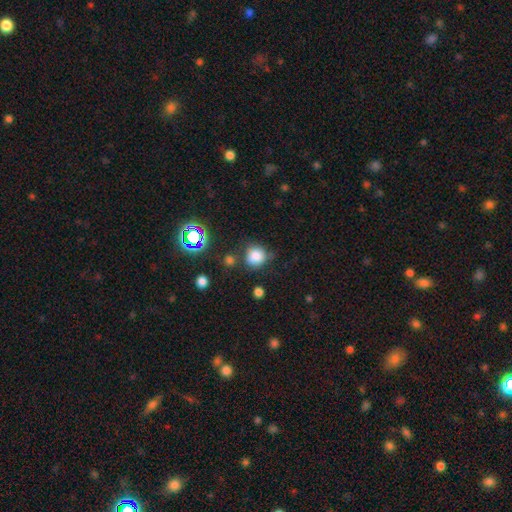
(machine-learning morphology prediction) The model was most divided on "merging": none: 68%, minor disturbance: 19%, merger: 7%, major disturbance: 6%. More confident: how rounded — round (87%); smooth or featured — smooth (79%).